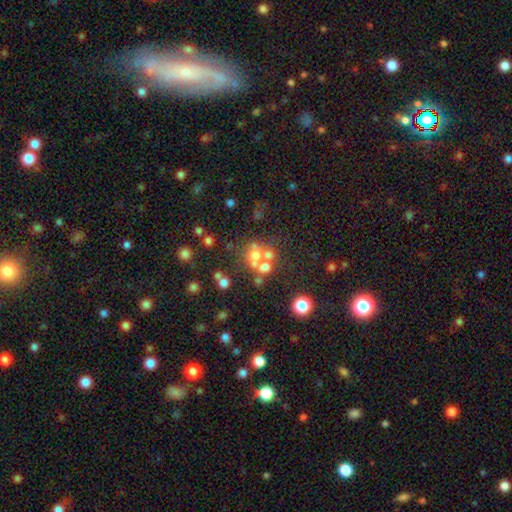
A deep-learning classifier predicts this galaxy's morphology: Smooth or featured? smooth (47%)
Merging? merger (44%)